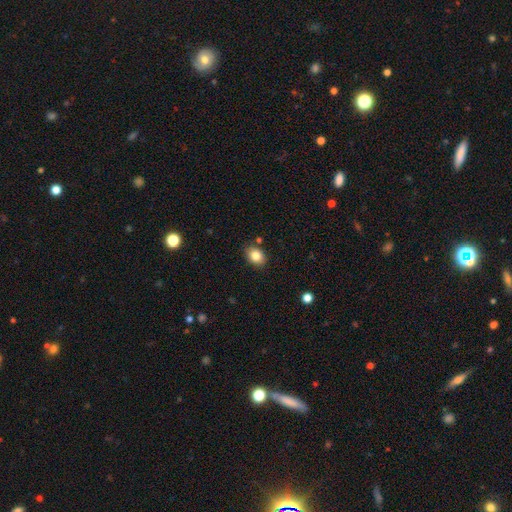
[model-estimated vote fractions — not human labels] smooth-or-featured: smooth: 85% | star or artifact: 8% | featured or disk: 7%
  how-rounded: in between: 71% | round: 28% | cigar-shaped: 1%
  merging: none: 83% | minor disturbance: 11% | merger: 3% | major disturbance: 3%